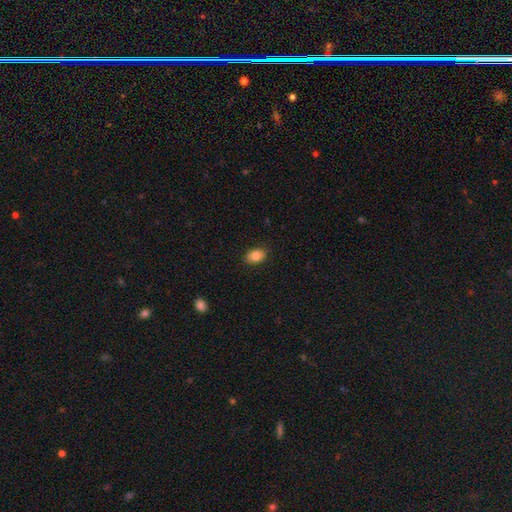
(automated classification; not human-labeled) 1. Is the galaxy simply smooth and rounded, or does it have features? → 84% smooth, 8% star or artifact, 8% featured or disk.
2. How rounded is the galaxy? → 80% in between, 19% round, 1% cigar-shaped.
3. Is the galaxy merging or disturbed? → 87% none, 10% minor disturbance, 2% major disturbance, 1% merger.